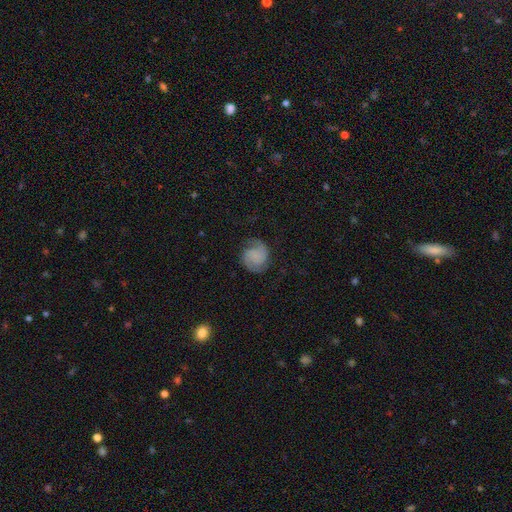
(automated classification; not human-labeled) Overall: featured or disk (68%). Edge-on disk: no (98%). Bar: no (68%). Spiral arms: yes (96%). Spiral arm count: 2 (90%). Spiral winding: medium (46%; tight 36%). Bulge size: none (62%). Merging: none (77%).